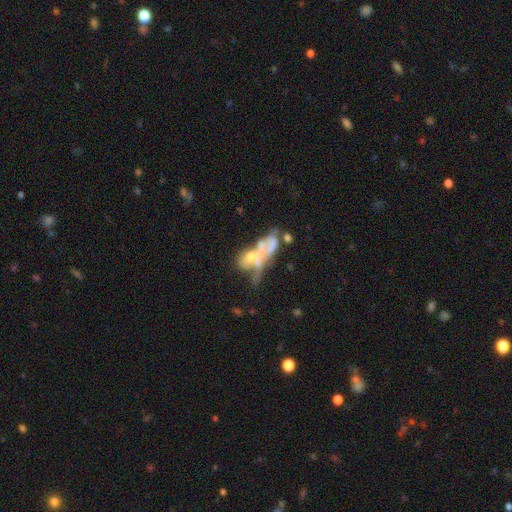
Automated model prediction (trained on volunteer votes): smooth-or-featured: featured or disk: 57% | smooth: 29% | star or artifact: 13%
  disk-edge-on: no: 86% | yes: 14%
  merging: merger: 50% | major disturbance: 23% | none: 17% | minor disturbance: 11%